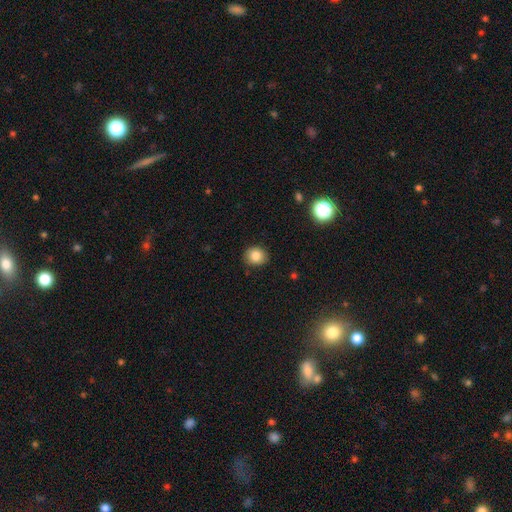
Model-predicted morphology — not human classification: Overall: smooth (84%). How rounded: round (72%). Merging: none (87%).